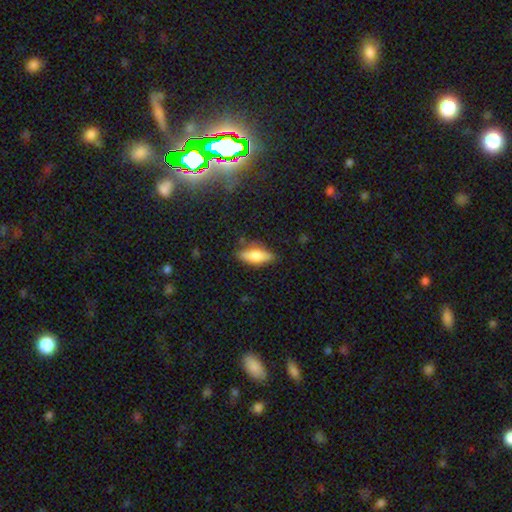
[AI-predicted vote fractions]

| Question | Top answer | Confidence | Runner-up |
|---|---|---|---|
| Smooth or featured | smooth | 68% | featured or disk (24%) |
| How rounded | in between | 70% | cigar-shaped (28%) |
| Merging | none | 76% | minor disturbance (18%) |